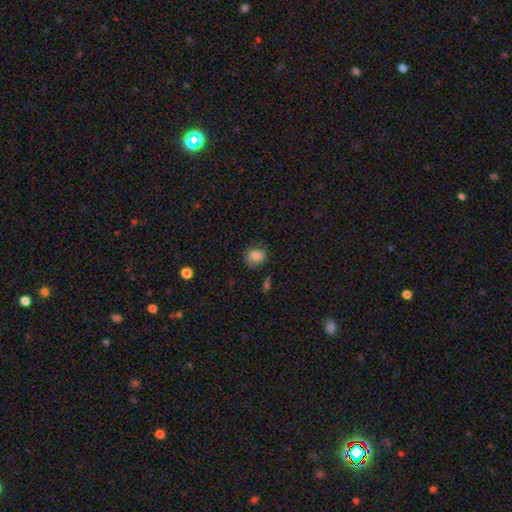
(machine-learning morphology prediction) Smooth or featured: smooth — 83% (star or artifact — 10%)
How rounded: round — 56% (in between — 43%)
Merging: none — 72% (minor disturbance — 21%)